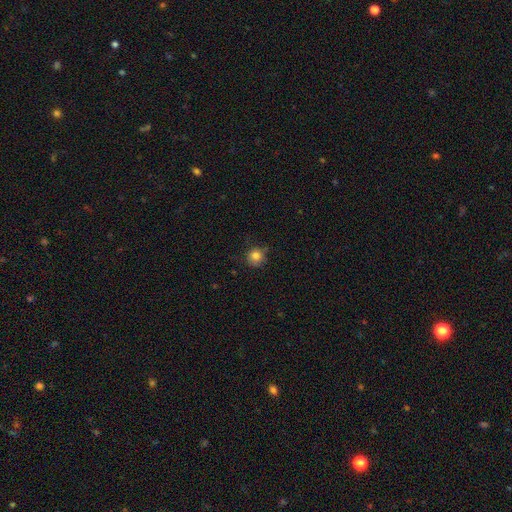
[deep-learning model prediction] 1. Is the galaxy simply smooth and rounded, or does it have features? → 82% smooth, 12% star or artifact, 7% featured or disk.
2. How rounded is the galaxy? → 92% round, 7% in between, 1% cigar-shaped.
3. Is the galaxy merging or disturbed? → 76% none, 18% minor disturbance, 4% major disturbance, 2% merger.